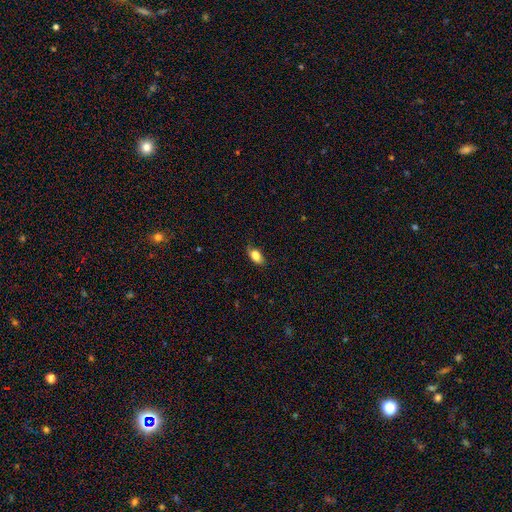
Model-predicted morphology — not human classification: The model was most divided on "merging": none: 76%, minor disturbance: 19%, major disturbance: 4%, merger: 1%. More confident: how rounded — in between (88%); smooth or featured — smooth (82%).